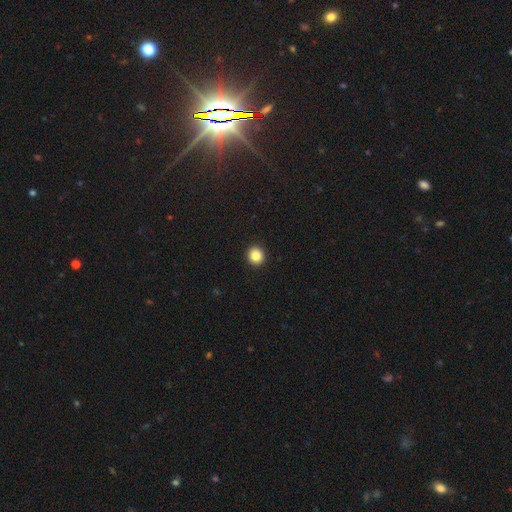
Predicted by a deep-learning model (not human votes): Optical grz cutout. It shows a smooth galaxy with no disk features (86%) that is round (92%). Merging: none (94%).